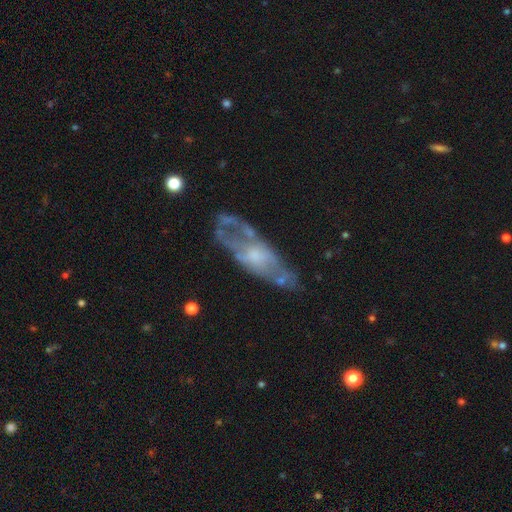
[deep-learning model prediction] The model was most divided on "merging": none: 54%, minor disturbance: 22%, major disturbance: 18%, merger: 5%. More confident: edge-on disk — no (75%); smooth or featured — featured or disk (67%).